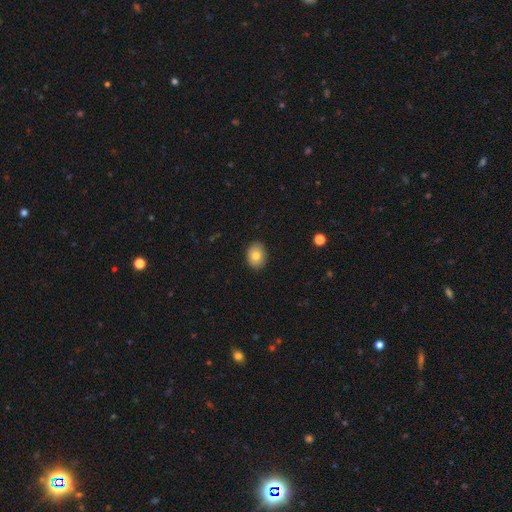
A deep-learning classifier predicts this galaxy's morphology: A smooth galaxy with no disk features (79%) that is in between round and cigar-shaped (65%). Merging: none (89%).